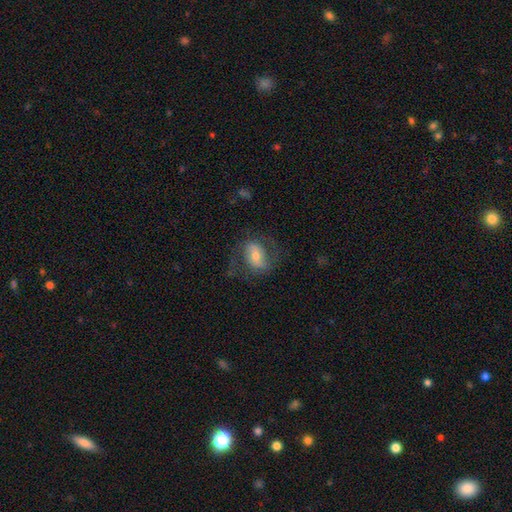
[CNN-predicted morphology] Overall: featured or disk (61%; smooth 31%). Edge-on disk: no (95%). Bar: weak (39%; no 31%). Spiral arms: yes (83%). Bulge size: moderate (55%; small 34%). Merging: none (64%).